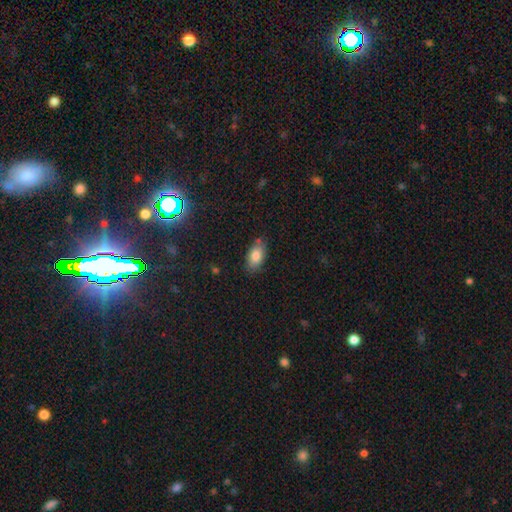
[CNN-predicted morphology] A smooth galaxy with no disk features (82%) that is in between round and cigar-shaped (92%).

Vote fractions:
- Smooth or featured? smooth: 82% / featured or disk: 11% / star or artifact: 8%
- How rounded? in between: 92% / round: 4% / cigar-shaped: 4%
- Merging? none: 79% / minor disturbance: 16% / major disturbance: 3% / merger: 2%